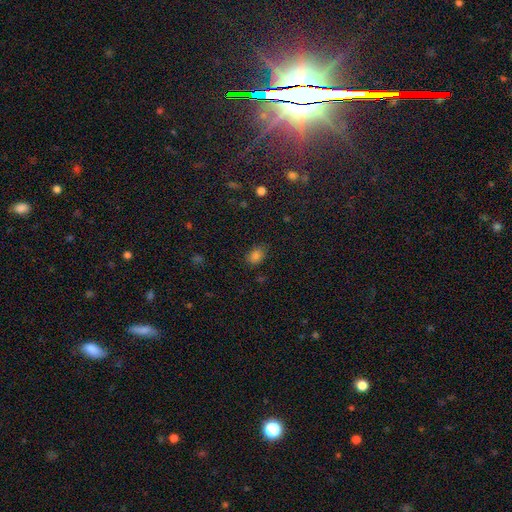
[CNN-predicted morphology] Smooth or featured? smooth (81%)
How rounded? in between (67%)
Merging? none (77%)